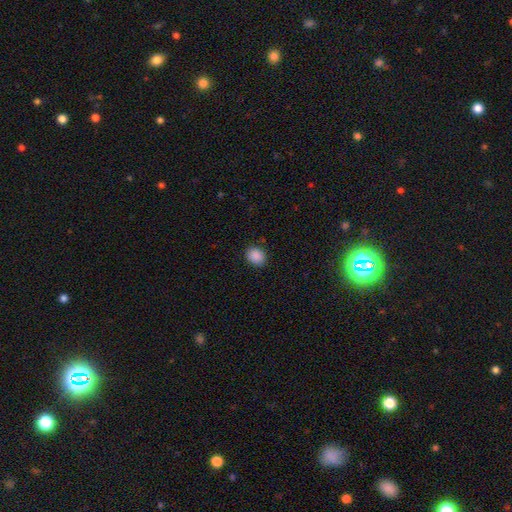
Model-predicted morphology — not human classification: smooth-or-featured: smooth: 89% | star or artifact: 8% | featured or disk: 3%
  how-rounded: round: 52% | in between: 47% | cigar-shaped: 1%
  merging: none: 87% | minor disturbance: 10% | major disturbance: 3% | merger: 1%